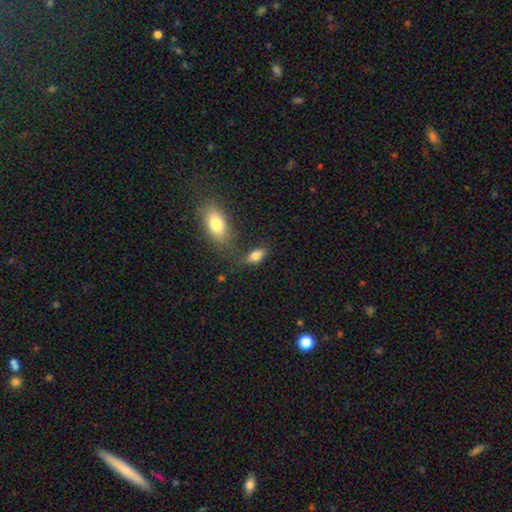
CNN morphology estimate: Smooth or featured?
  - smooth: 83% *
  - star or artifact: 9%
  - featured or disk: 8%
How rounded?
  - in between: 89% *
  - round: 6%
  - cigar-shaped: 5%
Merging?
  - none: 67% *
  - minor disturbance: 17%
  - merger: 11%
  - major disturbance: 6%